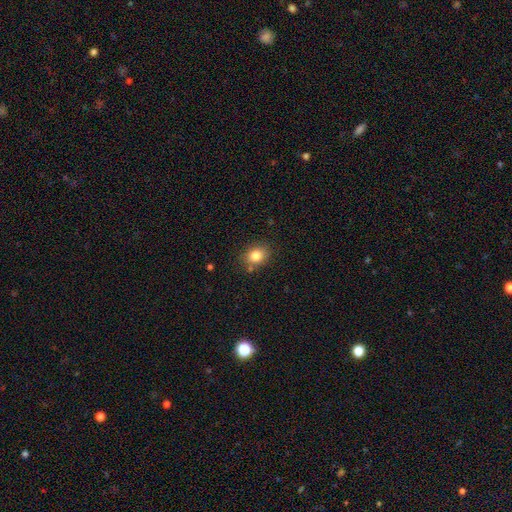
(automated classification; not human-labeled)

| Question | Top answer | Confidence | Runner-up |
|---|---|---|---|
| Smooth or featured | smooth | 82% | star or artifact (11%) |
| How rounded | round | 61% | in between (38%) |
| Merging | none | 79% | minor disturbance (13%) |